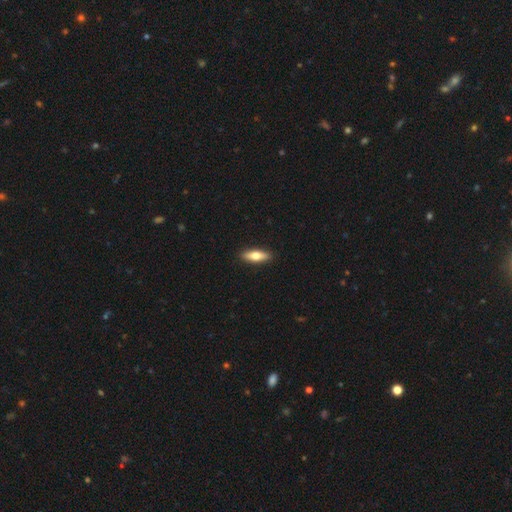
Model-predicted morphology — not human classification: Smooth or featured?
  - smooth: 68% *
  - featured or disk: 27%
  - star or artifact: 5%
How rounded?
  - in between: 54% *
  - cigar-shaped: 44%
  - round: 2%
Merging?
  - none: 91% *
  - minor disturbance: 7%
  - major disturbance: 1%
  - merger: 1%